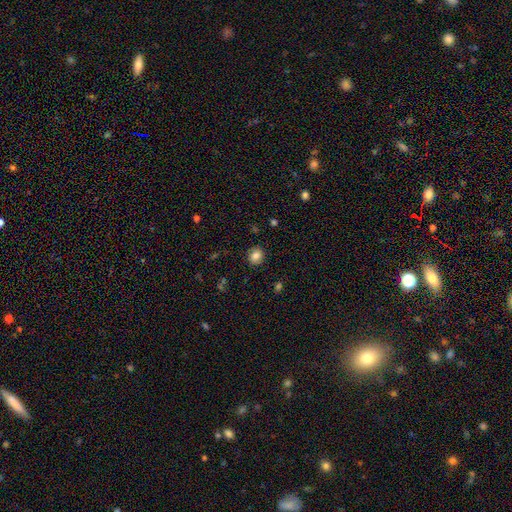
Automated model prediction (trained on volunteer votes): Morphology: type=smooth (82%); roundness=round (75%); merging=none (88%).